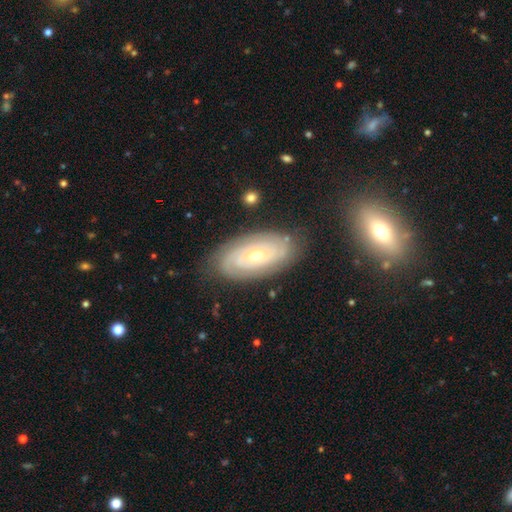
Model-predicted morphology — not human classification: Smooth or featured? Predicted: featured or disk (p=0.78). Edge-on disk? Predicted: no (p=0.93). Bar? Predicted: no (p=0.79). Spiral arms? Predicted: yes (p=0.88). Spiral winding? Predicted: tight (p=0.79). Spiral arm count? Predicted: can't tell (p=0.43). Bulge size? Predicted: moderate (p=0.49). Merging? Predicted: none (p=0.80).